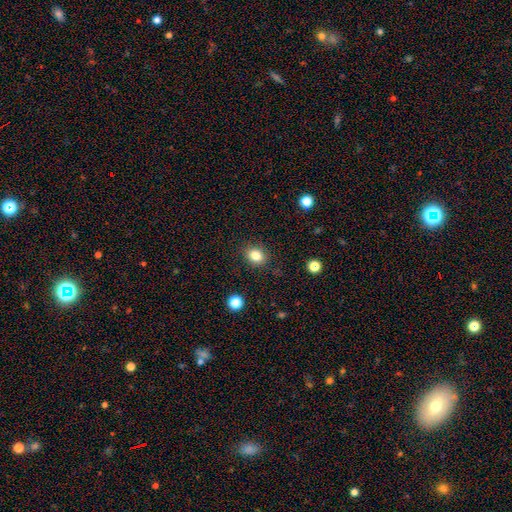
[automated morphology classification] This appears to be a smooth galaxy with no disk features (82%) that is round (51%). Merging: none (87%).